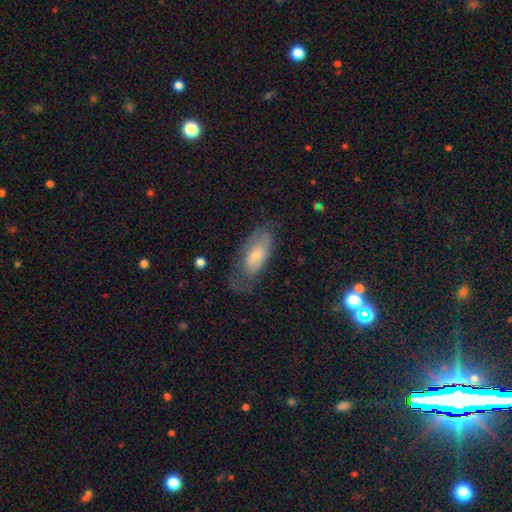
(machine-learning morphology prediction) smooth-or-featured: smooth: 51% | featured or disk: 40% | star or artifact: 9%
  how-rounded: in between: 85% | cigar-shaped: 11% | round: 3%
  merging: none: 52% | minor disturbance: 28% | major disturbance: 18% | merger: 2%